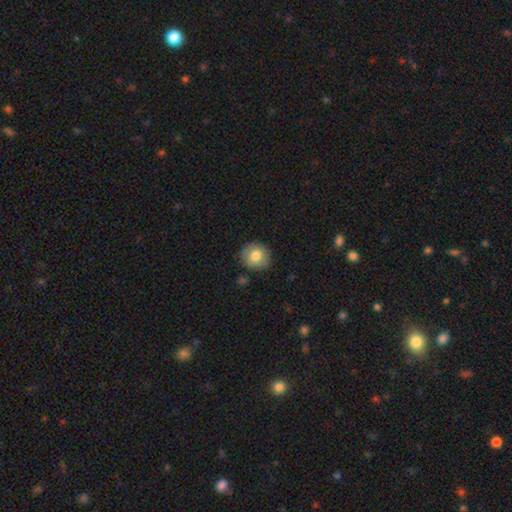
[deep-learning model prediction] Morphology: type=smooth (78%); roundness=round (85%); merging=none (85%).